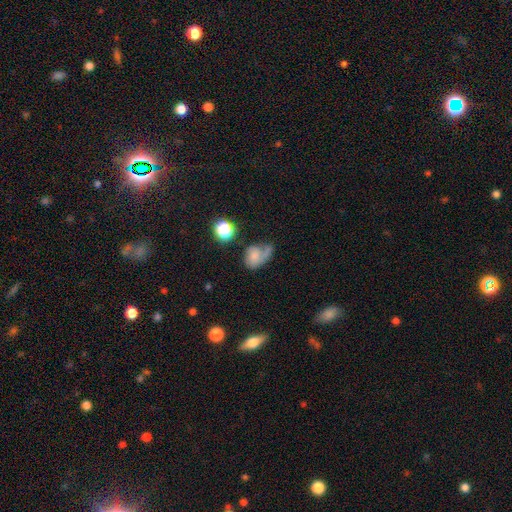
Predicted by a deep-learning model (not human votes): Morphology: type=smooth (53%); roundness=in between (64%); merging=major disturbance (33%).